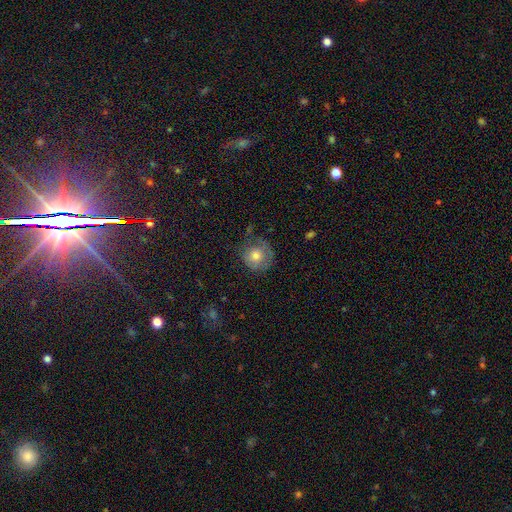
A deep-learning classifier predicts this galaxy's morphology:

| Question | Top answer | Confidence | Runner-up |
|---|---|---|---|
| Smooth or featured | smooth | 68% | featured or disk (23%) |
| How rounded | round | 89% | in between (10%) |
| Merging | none | 62% | minor disturbance (24%) |